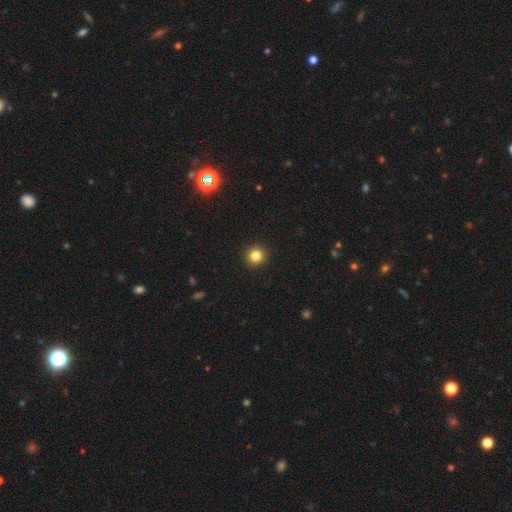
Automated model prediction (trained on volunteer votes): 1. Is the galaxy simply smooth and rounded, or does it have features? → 83% smooth, 12% star or artifact, 5% featured or disk.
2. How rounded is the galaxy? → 94% round, 5% in between, 1% cigar-shaped.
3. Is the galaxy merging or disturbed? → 93% none, 4% minor disturbance, 1% major disturbance, 1% merger.